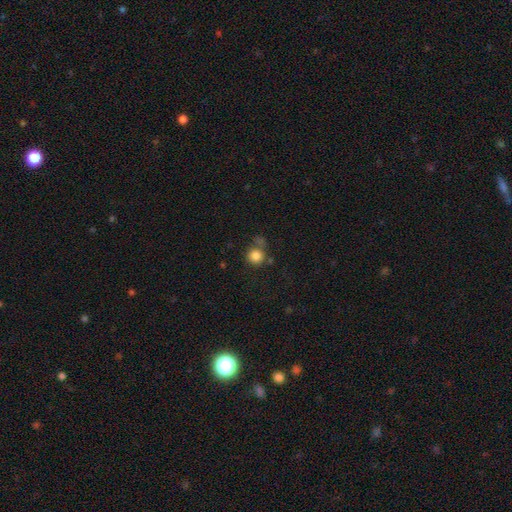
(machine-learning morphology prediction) A smooth galaxy with no disk features (84%) that is round (91%).

Vote fractions:
- Smooth or featured? smooth: 84% / star or artifact: 11% / featured or disk: 6%
- How rounded? round: 91% / in between: 8% / cigar-shaped: 1%
- Merging? none: 64% / merger: 15% / minor disturbance: 15% / major disturbance: 7%